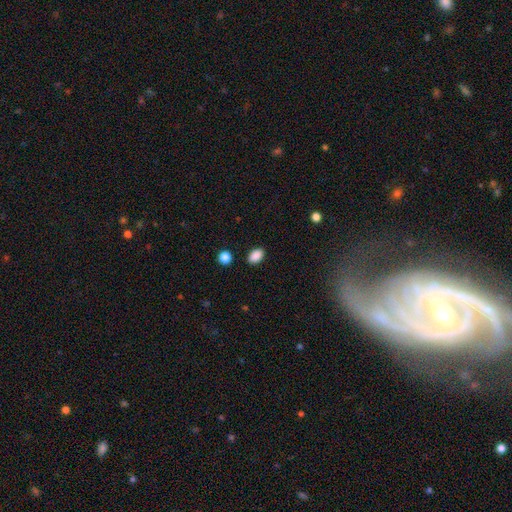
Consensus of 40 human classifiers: Smooth or featured? 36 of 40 (90%) said smooth. How rounded? 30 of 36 (83%) said in between. Merging? 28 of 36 (78%) said none.